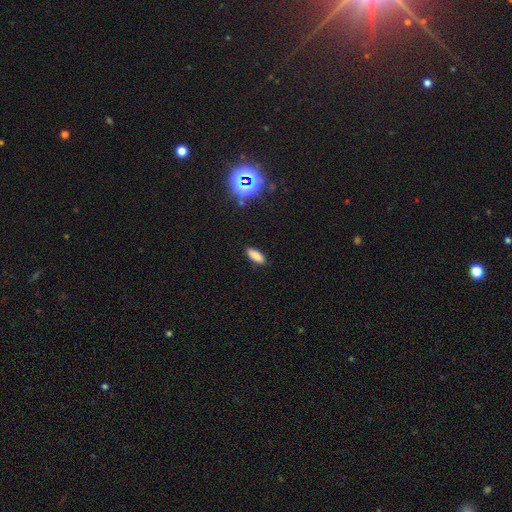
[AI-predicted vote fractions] smooth 83%, star or artifact 12%, featured or disk 6%. Down the decision tree: how rounded — in between (74%); merging — none (88%).